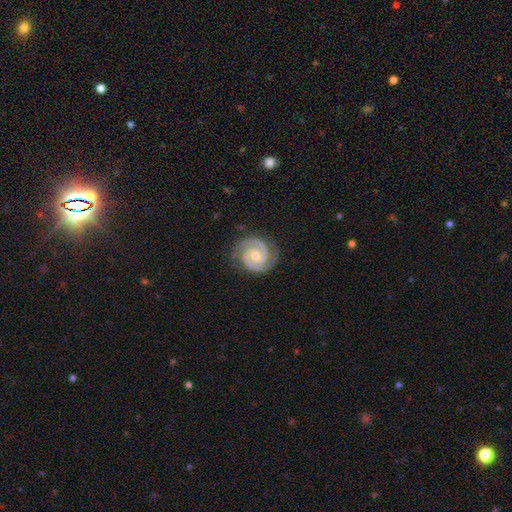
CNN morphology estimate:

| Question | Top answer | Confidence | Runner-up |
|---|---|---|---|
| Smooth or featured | featured or disk | 93% | star or artifact (4%) |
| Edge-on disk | no | 98% | yes (2%) |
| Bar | no | 59% | weak (31%) |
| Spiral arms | yes | 99% | no (1%) |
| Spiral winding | tight | 71% | medium (26%) |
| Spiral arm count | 2 | 93% | 3 (3%) |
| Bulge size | moderate | 58% | small (38%) |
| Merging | none | 84% | minor disturbance (12%) |